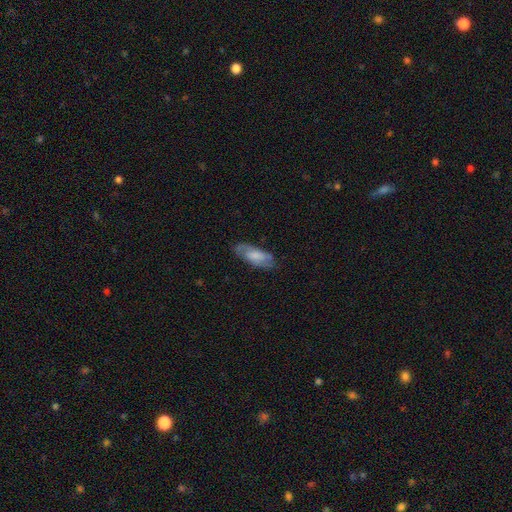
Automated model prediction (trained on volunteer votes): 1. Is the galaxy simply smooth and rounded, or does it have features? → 51% smooth, 43% featured or disk, 7% star or artifact.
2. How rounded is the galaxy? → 76% in between, 22% cigar-shaped, 2% round.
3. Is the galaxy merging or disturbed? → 72% none, 20% minor disturbance, 6% major disturbance, 1% merger.